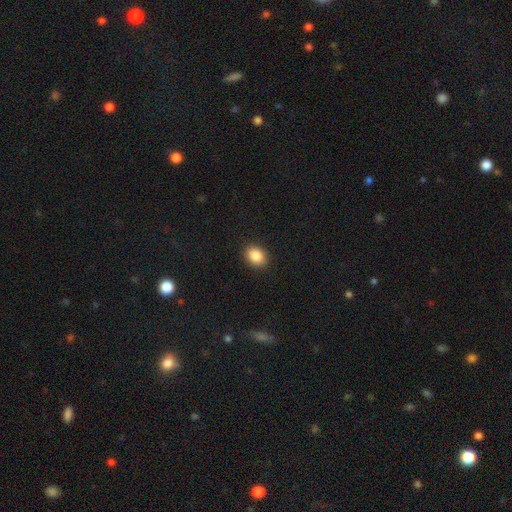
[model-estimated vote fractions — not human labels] This appears to be a smooth galaxy with no disk features (87%) that is in between round and cigar-shaped (62%). Merging: none (90%).